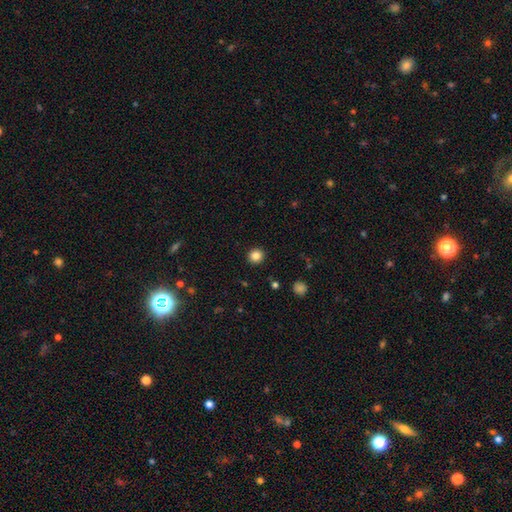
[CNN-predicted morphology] Smooth or featured: smooth — 85% (star or artifact — 11%)
How rounded: round — 94% (in between — 5%)
Merging: none — 93% (minor disturbance — 5%)